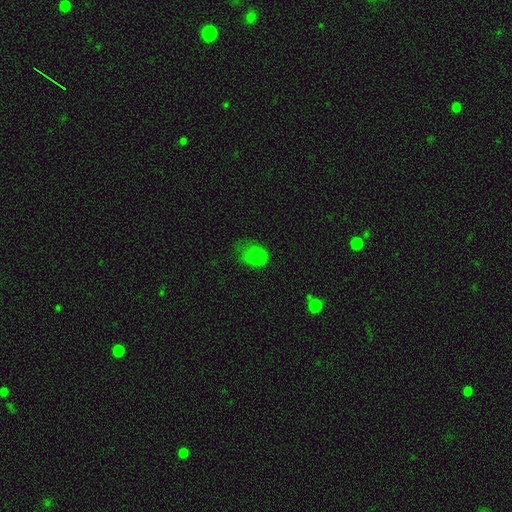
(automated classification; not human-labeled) This appears to be a smooth galaxy with no disk features (75%) that is in between round and cigar-shaped (57%). Merging: none (44%).